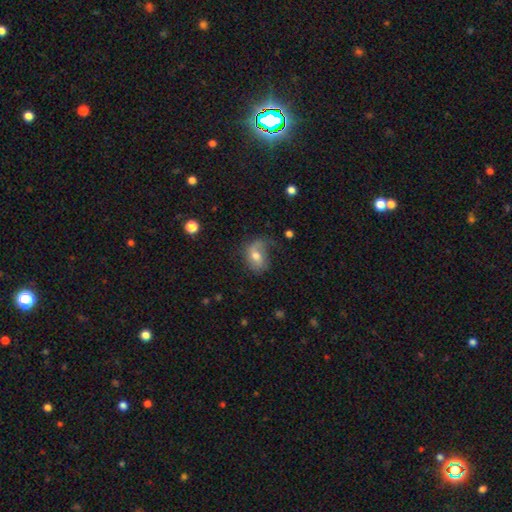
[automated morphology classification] type=smooth (55%); roundness=in between (75%); merging=none (47%).